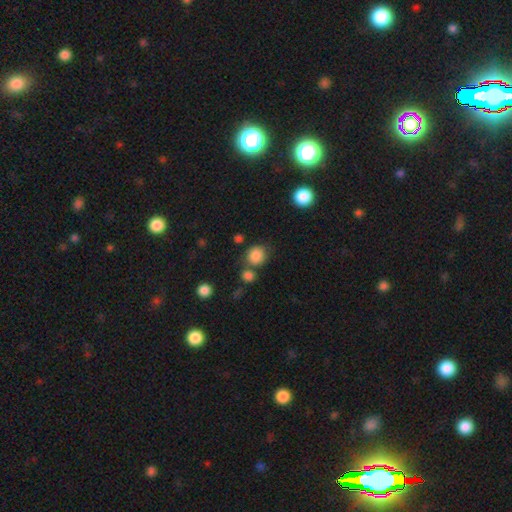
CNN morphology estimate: Overall: smooth (85%). How rounded: round (82%). Merging: none (66%).